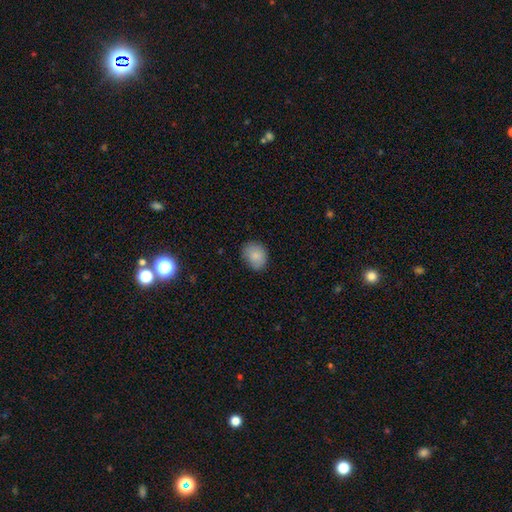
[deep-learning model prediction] smooth 86%, star or artifact 8%, featured or disk 6%. Down the decision tree: how rounded — in between (52%); merging — none (78%).